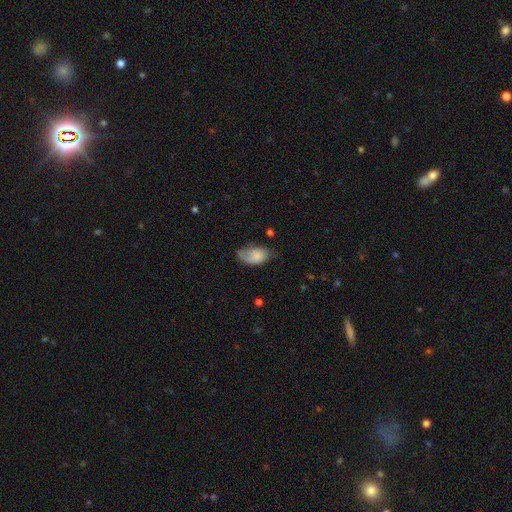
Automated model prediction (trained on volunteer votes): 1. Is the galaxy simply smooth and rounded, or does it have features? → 77% smooth, 16% featured or disk, 7% star or artifact.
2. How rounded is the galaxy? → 93% in between, 5% round, 2% cigar-shaped.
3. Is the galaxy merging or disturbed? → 45% none, 35% minor disturbance, 17% major disturbance, 3% merger.